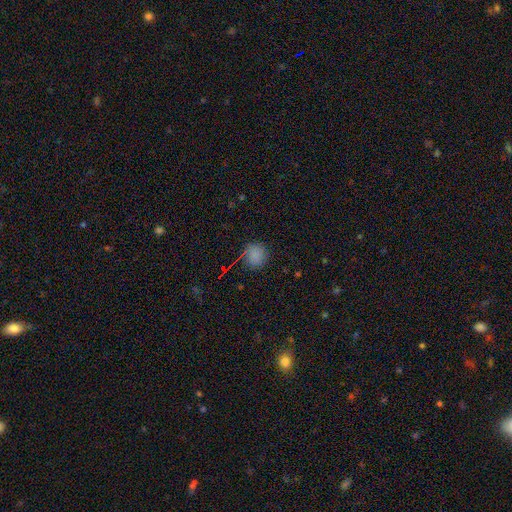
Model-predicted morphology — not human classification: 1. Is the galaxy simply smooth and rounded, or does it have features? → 77% smooth, 17% star or artifact, 5% featured or disk.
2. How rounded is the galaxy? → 85% round, 14% in between, 1% cigar-shaped.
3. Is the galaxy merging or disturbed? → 78% none, 15% minor disturbance, 5% major disturbance, 2% merger.